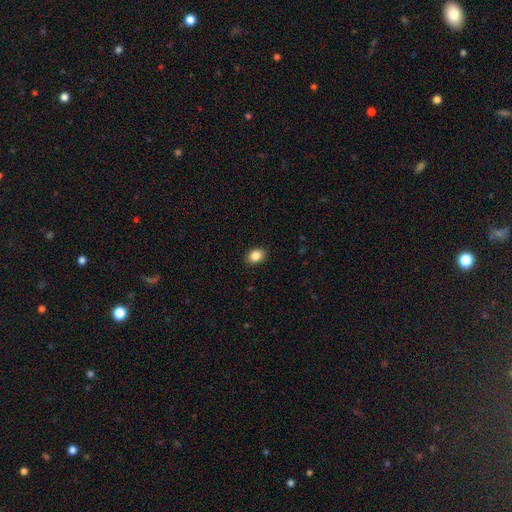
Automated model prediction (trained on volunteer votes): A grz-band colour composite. It shows a smooth galaxy with no disk features (86%) that is in between round and cigar-shaped (66%). Merging: none (90%).